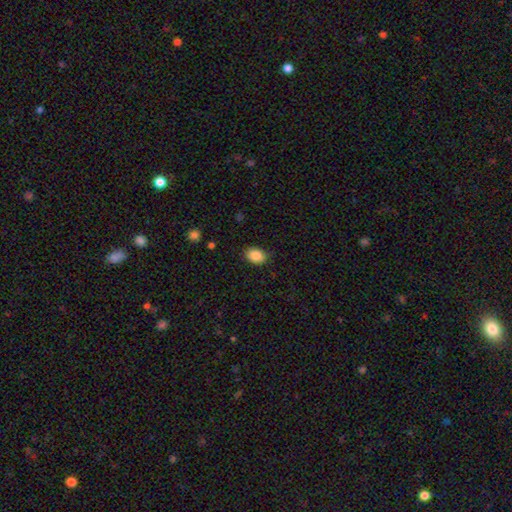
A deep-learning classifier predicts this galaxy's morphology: smooth 87%, star or artifact 8%, featured or disk 5%. Down the decision tree: how rounded — in between (78%); merging — none (85%).